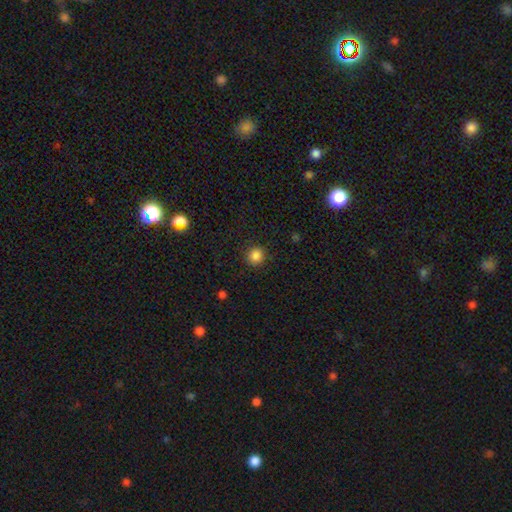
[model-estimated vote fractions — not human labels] smooth 86%, star or artifact 11%, featured or disk 3%. Down the decision tree: how rounded — round (91%); merging — none (90%).